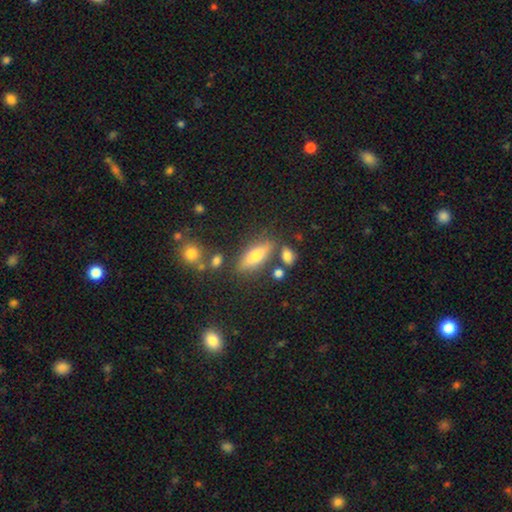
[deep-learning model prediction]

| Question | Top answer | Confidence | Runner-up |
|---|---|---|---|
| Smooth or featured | smooth | 60% | featured or disk (31%) |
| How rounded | in between | 63% | cigar-shaped (33%) |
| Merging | none | 75% | minor disturbance (13%) |